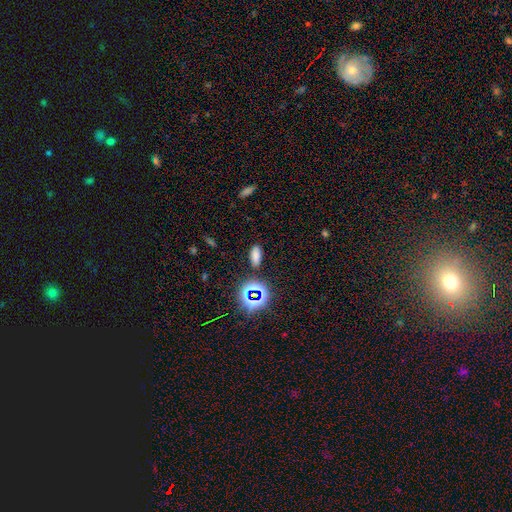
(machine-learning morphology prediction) smooth-or-featured: smooth: 70% | star or artifact: 23% | featured or disk: 7%
  how-rounded: in between: 81% | cigar-shaped: 12% | round: 6%
  merging: none: 85% | minor disturbance: 9% | major disturbance: 3% | merger: 3%